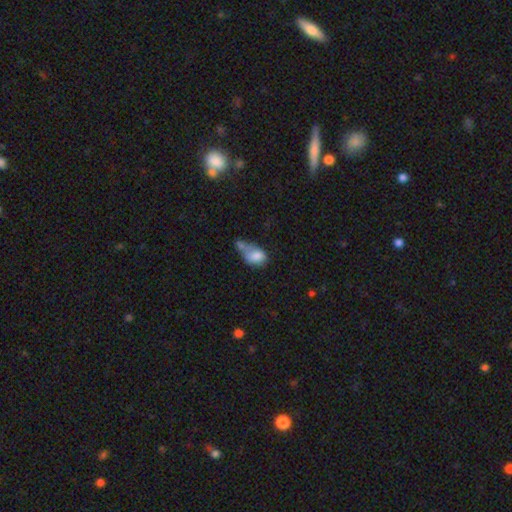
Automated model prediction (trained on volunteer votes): Morphology: type=smooth (73%); roundness=in between (79%); merging=merger (48%).